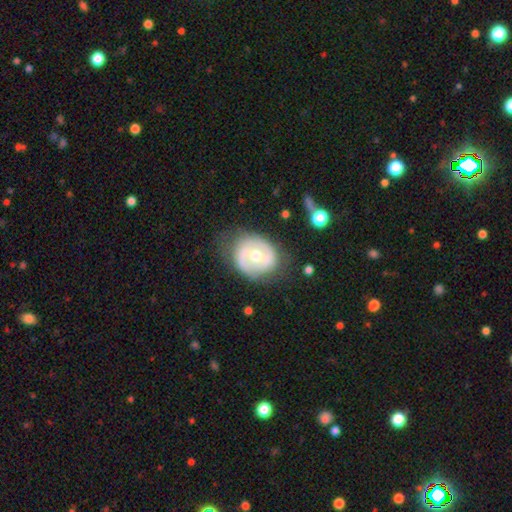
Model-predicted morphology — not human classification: Smooth or featured?
  - featured or disk: 65% *
  - smooth: 29%
  - star or artifact: 5%
Edge-on disk?
  - no: 97% *
  - yes: 3%
Bar?
  - no: 68% *
  - weak: 24%
  - strong: 7%
Spiral arms?
  - yes: 56% *
  - no: 44%
Bulge size?
  - moderate: 74% *
  - small: 19%
  - large: 6%
  - none: 1%
  - dominant: 1%
Merging?
  - none: 65% *
  - minor disturbance: 23%
  - major disturbance: 11%
  - merger: 2%